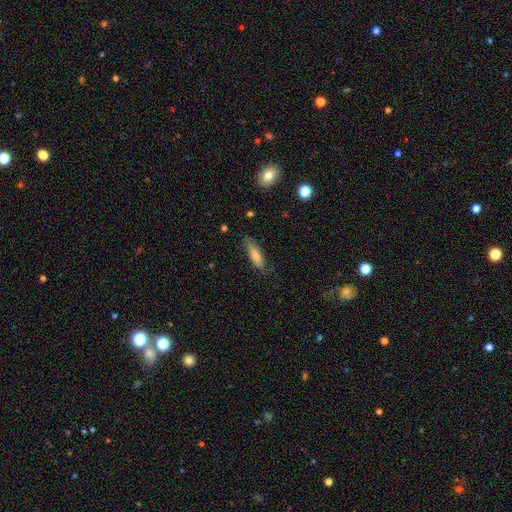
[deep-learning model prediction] smooth_or_featured: smooth (p=0.74) [alt: featured or disk p=0.20]
how_rounded: cigar-shaped (p=0.57) [alt: in between p=0.42]
merging: none (p=0.71) [alt: minor disturbance p=0.23]